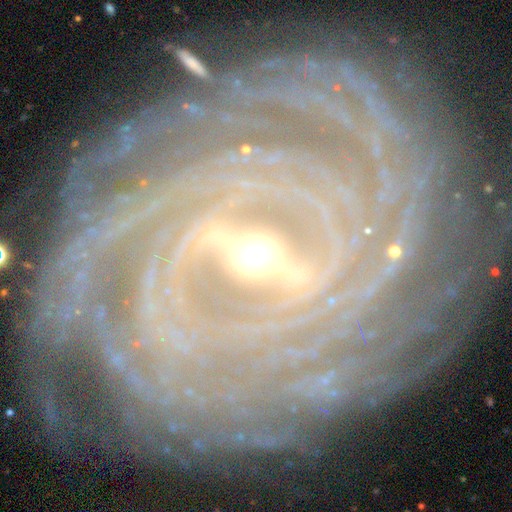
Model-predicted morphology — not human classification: Q: Smooth or featured?
A: featured or disk (93%); runner-up: star or artifact (4%)
Q: Edge-on disk?
A: no (95%); runner-up: yes (5%)
Q: Bar?
A: strong (61%); runner-up: weak (28%)
Q: Spiral arms?
A: yes (98%); runner-up: no (2%)
Q: Spiral winding?
A: tight (83%); runner-up: medium (12%)
Q: Spiral arm count?
A: more than 4 (31%); runner-up: can't tell (20%)
Q: Bulge size?
A: moderate (48%); tied with: small (48%)
Q: Merging?
A: none (78%); runner-up: minor disturbance (14%)